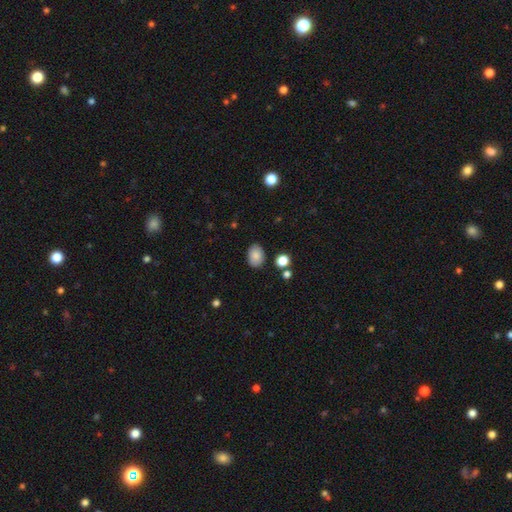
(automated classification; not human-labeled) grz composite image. It shows a smooth galaxy with no disk features (85%) that is in between round and cigar-shaped (79%). Merging: none (84%).